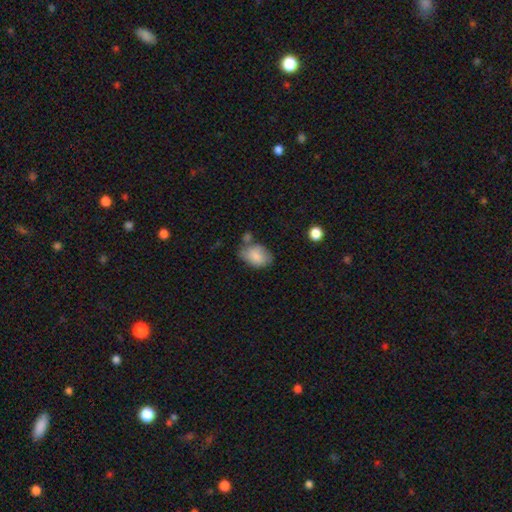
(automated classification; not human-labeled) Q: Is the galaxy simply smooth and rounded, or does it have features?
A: smooth — 81%.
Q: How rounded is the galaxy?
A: in between — 83%.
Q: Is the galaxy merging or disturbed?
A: none — 50%.